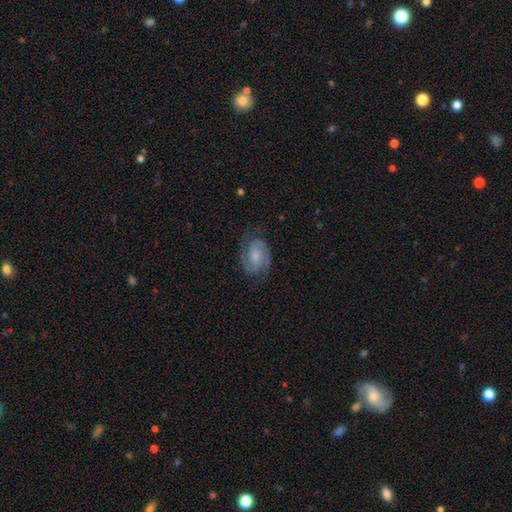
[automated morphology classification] Q: Smooth or featured?
A: featured or disk (76%); runner-up: smooth (17%)
Q: Edge-on disk?
A: no (98%); runner-up: yes (2%)
Q: Bar?
A: no (52%); runner-up: weak (39%)
Q: Spiral arms?
A: yes (95%); runner-up: no (5%)
Q: Spiral winding?
A: tight (45%); runner-up: medium (44%)
Q: Spiral arm count?
A: 2 (86%); runner-up: can't tell (7%)
Q: Bulge size?
A: moderate (36%); runner-up: small (33%)
Q: Merging?
A: none (76%); runner-up: minor disturbance (16%)